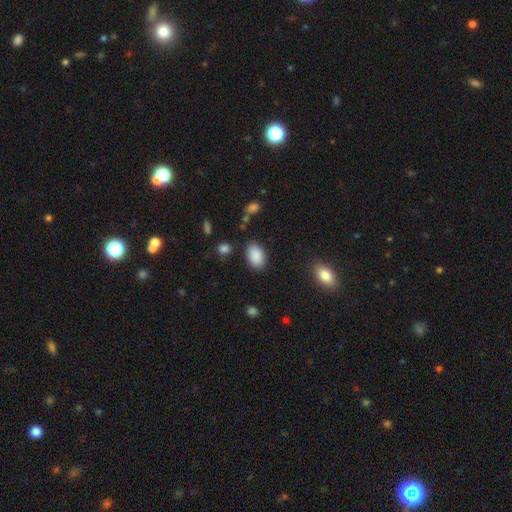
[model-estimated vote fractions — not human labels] Smooth or featured? smooth (89%)
How rounded? in between (88%)
Merging? none (84%)